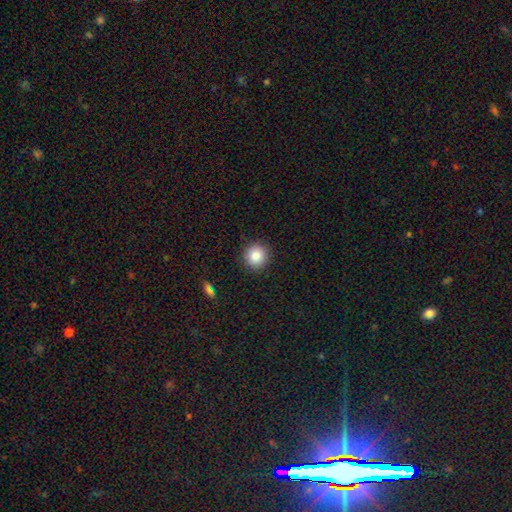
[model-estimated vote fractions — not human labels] This is clearly a smooth galaxy (85%). How rounded: clearly round (93%). Merging: clearly none (91%).